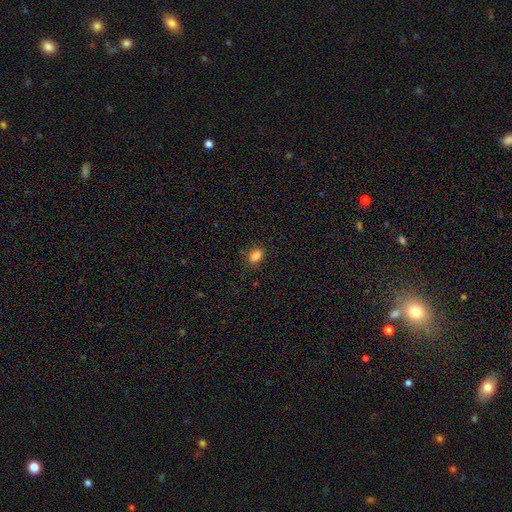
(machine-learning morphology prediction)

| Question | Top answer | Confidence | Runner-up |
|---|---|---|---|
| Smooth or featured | smooth | 85% | star or artifact (11%) |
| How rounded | in between | 85% | round (11%) |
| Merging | none | 83% | minor disturbance (12%) |